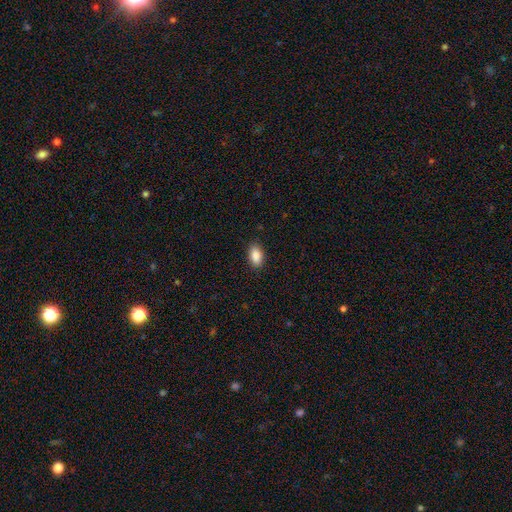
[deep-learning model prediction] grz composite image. It shows a smooth galaxy with no disk features (88%) that is in between round and cigar-shaped (92%). Merging: none (89%).